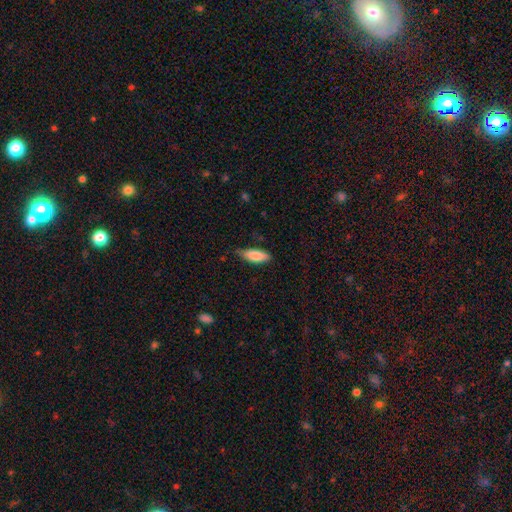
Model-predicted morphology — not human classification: Smooth or featured? smooth (84%)
How rounded? in between (70%)
Merging? none (70%)